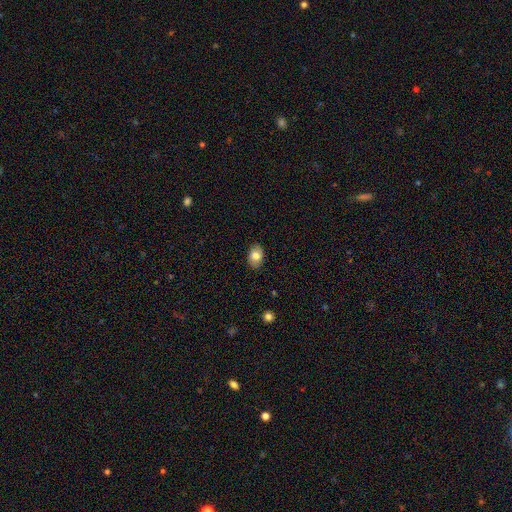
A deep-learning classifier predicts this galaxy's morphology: smooth-or-featured: smooth: 78% | featured or disk: 14% | star or artifact: 8%
  how-rounded: in between: 80% | round: 19% | cigar-shaped: 1%
  merging: none: 86% | minor disturbance: 11% | major disturbance: 2% | merger: 1%